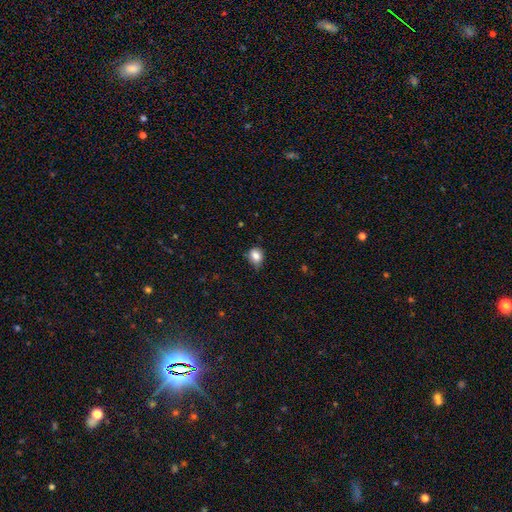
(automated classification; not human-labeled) Smooth or featured? smooth (83%)
How rounded? round (65%)
Merging? none (58%)